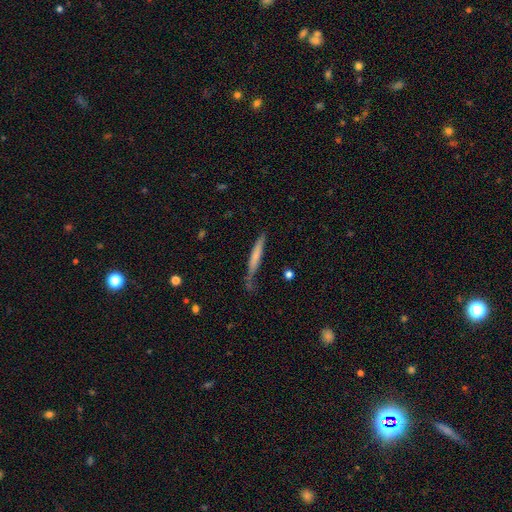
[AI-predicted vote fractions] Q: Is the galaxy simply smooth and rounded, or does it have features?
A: smooth — 64%.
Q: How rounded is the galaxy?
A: cigar-shaped — 95%.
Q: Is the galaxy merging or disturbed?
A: none — 67%.